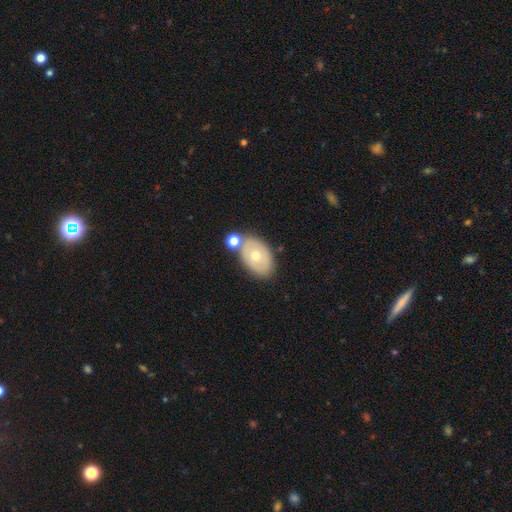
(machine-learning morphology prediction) This is possibly a smooth galaxy (55%). How rounded: clearly in between (87%). Merging: likely none (65%).